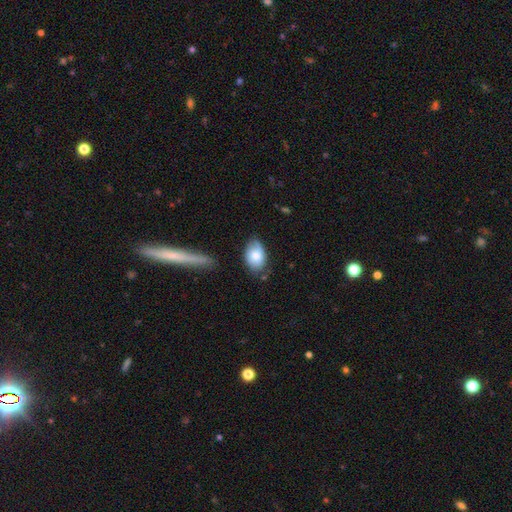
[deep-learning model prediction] This is likely a smooth galaxy (76%). How rounded: clearly in between (89%). Merging: likely none (66%).